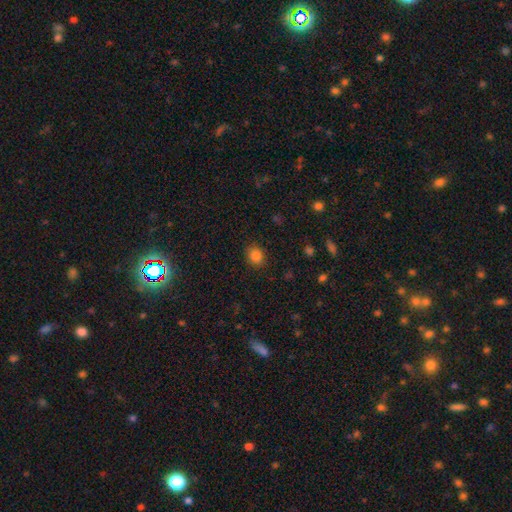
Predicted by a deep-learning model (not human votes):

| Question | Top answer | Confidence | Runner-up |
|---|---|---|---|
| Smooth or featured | smooth | 84% | star or artifact (12%) |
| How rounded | round | 62% | in between (37%) |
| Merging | none | 87% | minor disturbance (10%) |